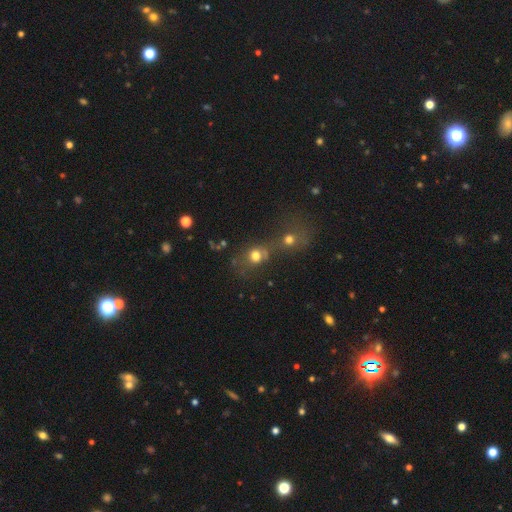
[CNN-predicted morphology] smooth_or_featured: smooth (p=0.69) [alt: star or artifact p=0.18]
how_rounded: round (p=0.73) [alt: in between p=0.25]
merging: merger (p=0.47) [alt: none p=0.34]